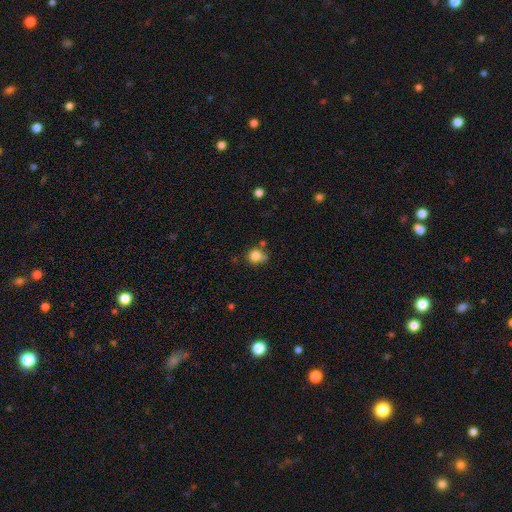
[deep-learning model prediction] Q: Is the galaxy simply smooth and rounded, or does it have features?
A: smooth — 83%.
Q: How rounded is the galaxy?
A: round — 82%.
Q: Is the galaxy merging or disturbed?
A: none — 59%.